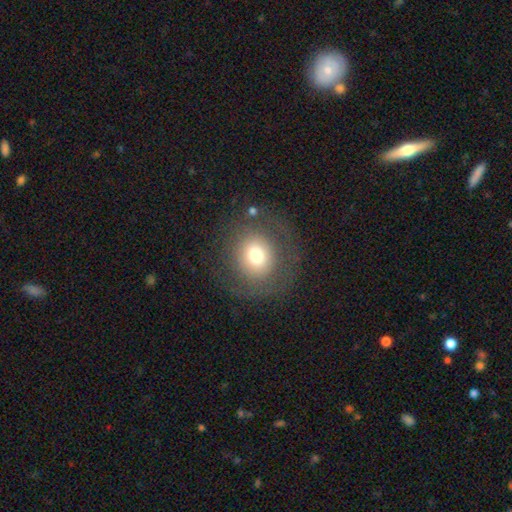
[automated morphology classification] This is likely a smooth galaxy (62%). How rounded: clearly round (81%). Merging: likely none (73%).